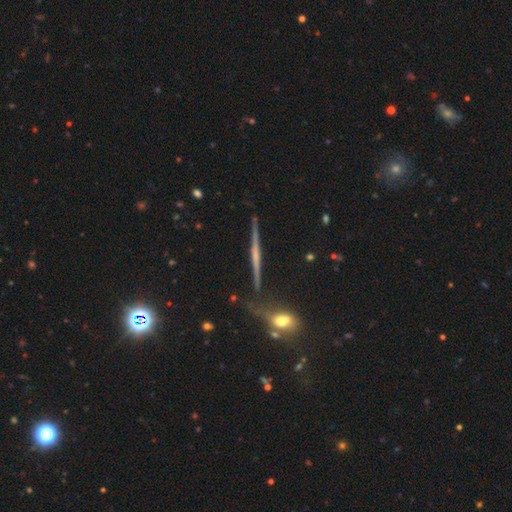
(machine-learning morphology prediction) smooth_or_featured: featured or disk (p=0.72) [alt: smooth p=0.20]
disk_edge_on: yes (p=0.97) [alt: no p=0.03]
edge_on_bulge: none (p=0.56) [alt: rounded p=0.31]
merging: none (p=0.84) [alt: minor disturbance p=0.10]